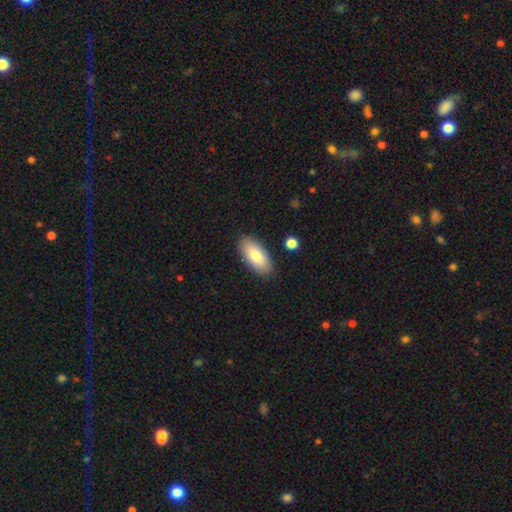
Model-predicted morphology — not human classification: smooth 82%, featured or disk 12%, star or artifact 6%. Down the decision tree: how rounded — in between (91%); merging — none (87%).